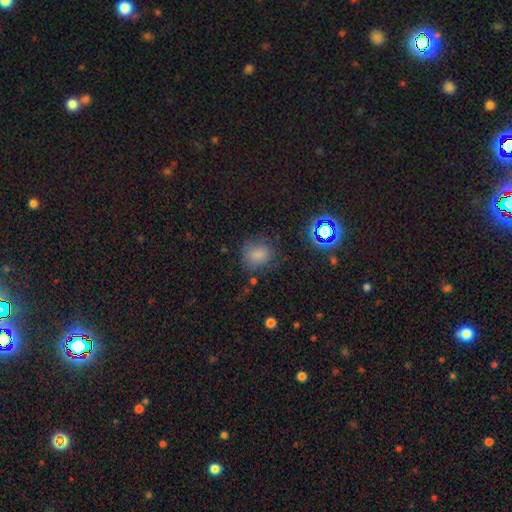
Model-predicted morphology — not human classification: smooth 69%, star or artifact 24%, featured or disk 7%. Down the decision tree: how rounded — round (73%); merging — none (75%).